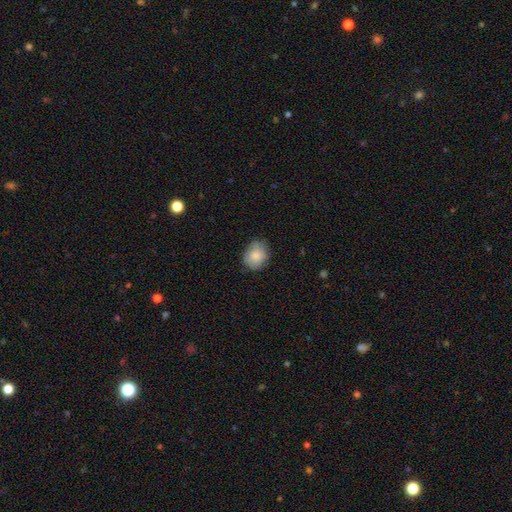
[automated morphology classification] Smooth or featured? Predicted: smooth (p=0.81). How rounded? Predicted: round (p=0.61). Merging? Predicted: none (p=0.71).